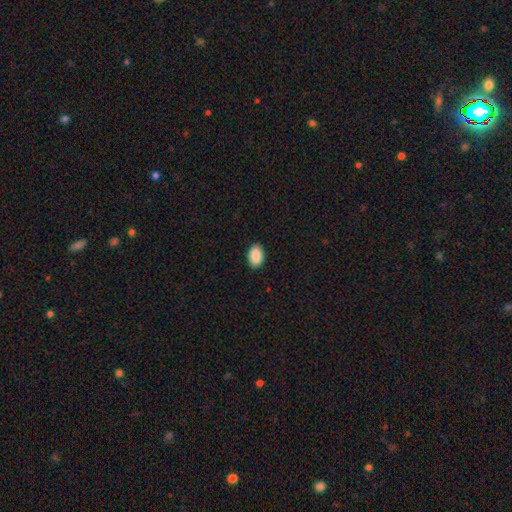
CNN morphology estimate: A smooth galaxy with no disk features (90%) that is in between round and cigar-shaped (89%). Merging: none (90%).